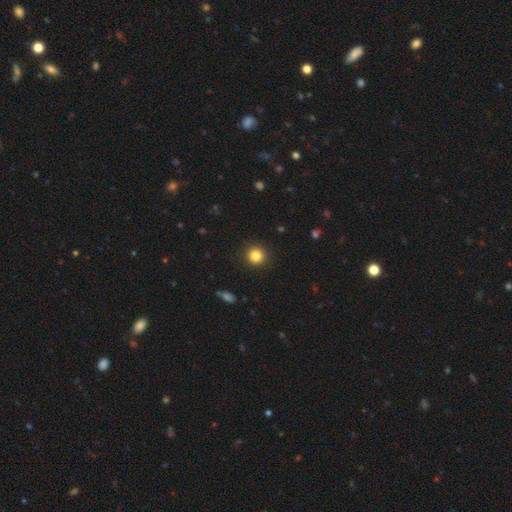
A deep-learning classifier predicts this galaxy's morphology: Smooth or featured? Predicted: smooth (p=0.84). How rounded? Predicted: round (p=0.94). Merging? Predicted: none (p=0.92).